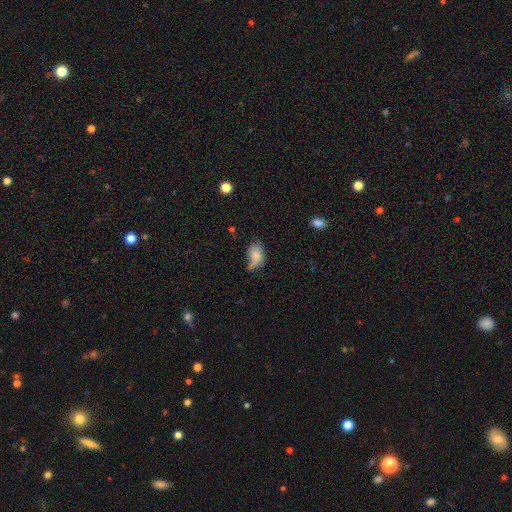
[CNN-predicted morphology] Smooth or featured: smooth — 77% (featured or disk — 14%)
How rounded: in between — 88% (round — 10%)
Merging: minor disturbance — 37% (none — 36%)